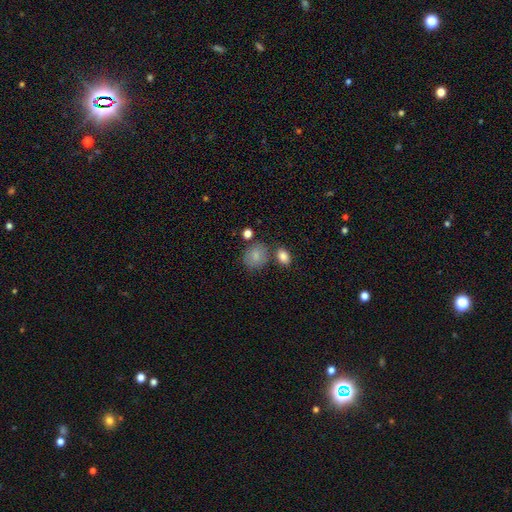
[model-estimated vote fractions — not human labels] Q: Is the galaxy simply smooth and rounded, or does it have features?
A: smooth — 83%.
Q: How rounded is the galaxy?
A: round — 68%.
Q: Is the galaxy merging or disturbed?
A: none — 67%.